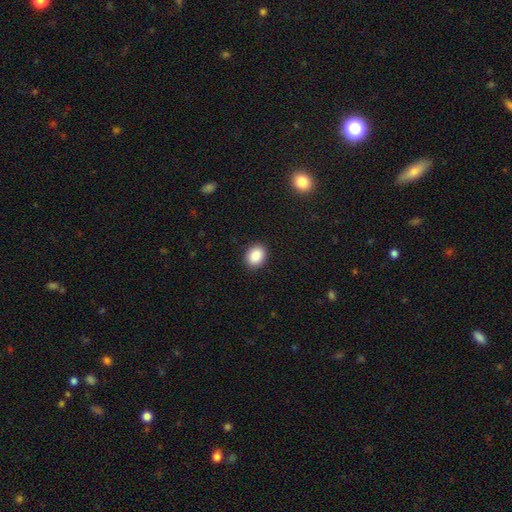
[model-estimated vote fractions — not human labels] The model was most divided on "how rounded": in between: 56%, round: 43%, cigar-shaped: 1%. More confident: merging — none (90%); smooth or featured — smooth (89%).